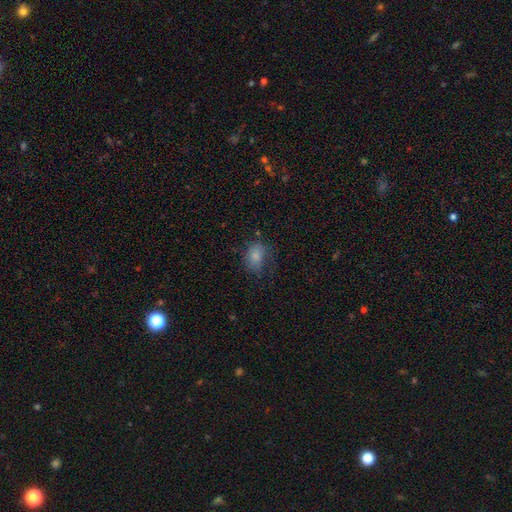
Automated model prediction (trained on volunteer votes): A smooth galaxy with no disk features (80%) that is in between round and cigar-shaped (74%). Merging: none (54%).